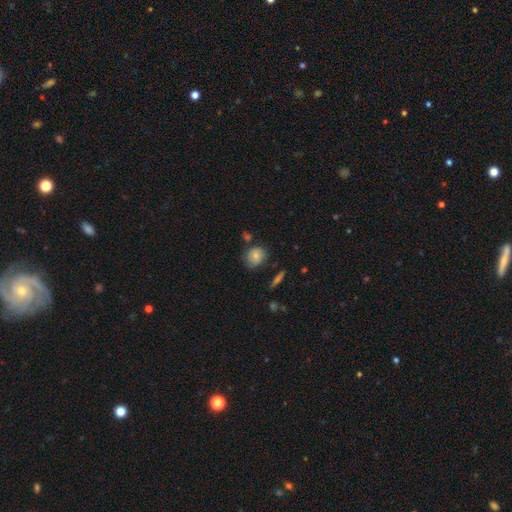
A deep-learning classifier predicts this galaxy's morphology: smooth-or-featured: smooth: 72% | featured or disk: 19% | star or artifact: 9%
  how-rounded: round: 66% | in between: 32% | cigar-shaped: 1%
  merging: none: 66% | minor disturbance: 23% | merger: 6% | major disturbance: 5%